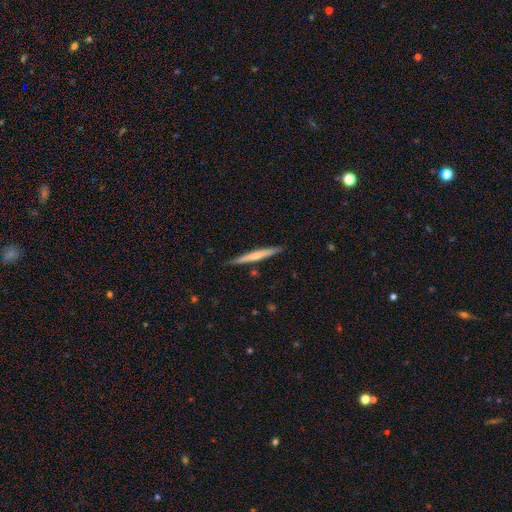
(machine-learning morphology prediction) Smooth or featured: featured or disk — 50% (smooth — 45%)
Merging: none — 86% (minor disturbance — 10%)